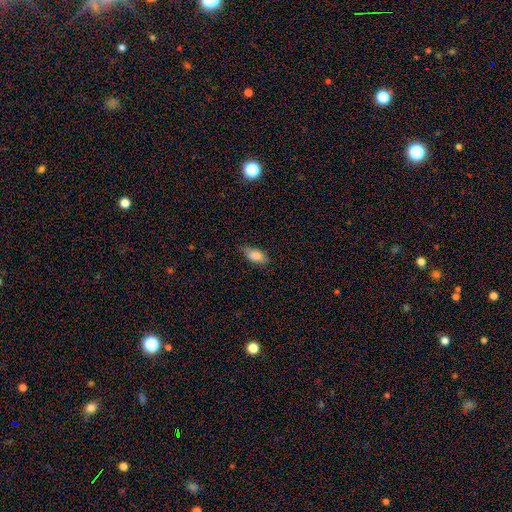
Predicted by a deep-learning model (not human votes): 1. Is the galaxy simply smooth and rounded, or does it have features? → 86% smooth, 8% featured or disk, 7% star or artifact.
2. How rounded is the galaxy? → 89% in between, 8% cigar-shaped, 3% round.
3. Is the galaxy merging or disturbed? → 79% none, 17% minor disturbance, 3% major disturbance, 1% merger.